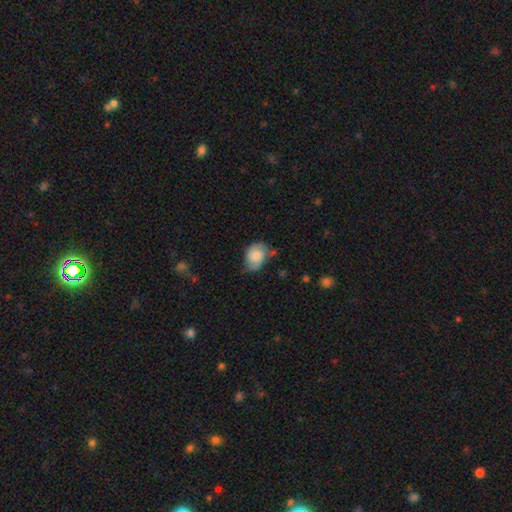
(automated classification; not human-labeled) smooth-or-featured: smooth: 66% | featured or disk: 26% | star or artifact: 8%
  how-rounded: in between: 62% | round: 37% | cigar-shaped: 1%
  merging: minor disturbance: 40% (tied) | none: 40% (tied) | major disturbance: 16% | merger: 4%